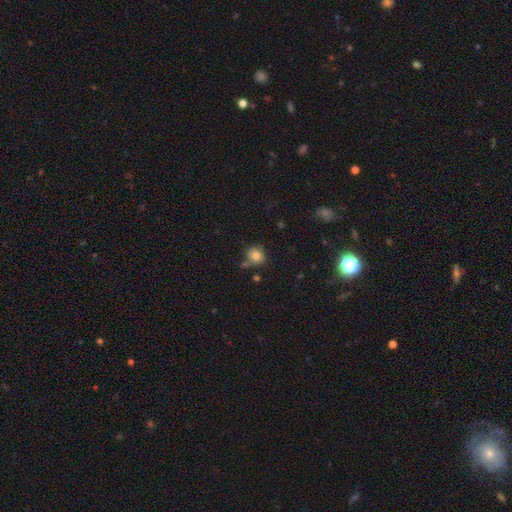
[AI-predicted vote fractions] This appears to be a smooth galaxy with no disk features (80%) that is round (83%). Merging: none (67%).